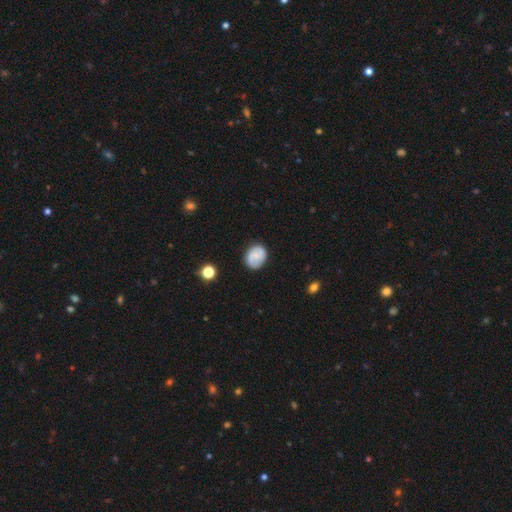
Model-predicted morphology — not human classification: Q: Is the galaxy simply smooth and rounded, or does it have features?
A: smooth — 66%.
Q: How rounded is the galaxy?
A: round — 52%.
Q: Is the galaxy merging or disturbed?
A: none — 78%.